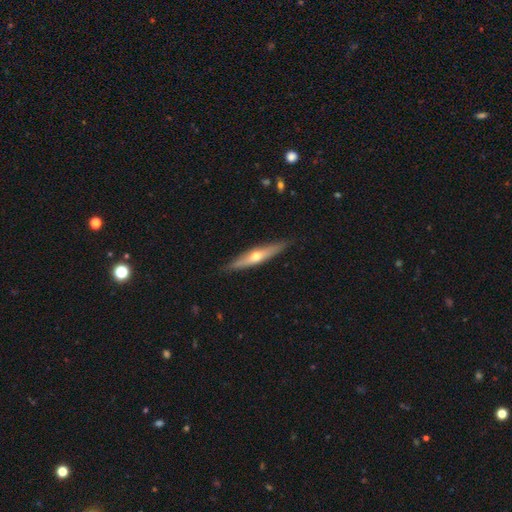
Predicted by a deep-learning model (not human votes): smooth_or_featured: featured or disk (p=0.61) [alt: smooth p=0.33]
disk_edge_on: yes (p=0.92) [alt: no p=0.08]
edge_on_bulge: rounded (p=0.89) [alt: none p=0.09]
merging: none (p=0.88) [alt: minor disturbance p=0.09]